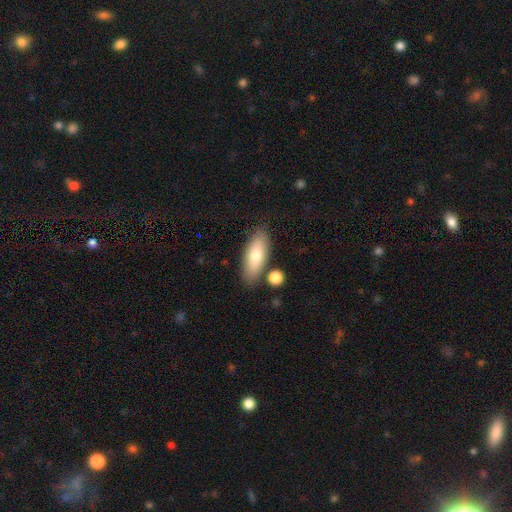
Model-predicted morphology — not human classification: smooth_or_featured: smooth (p=0.74) [alt: featured or disk p=0.20]
how_rounded: in between (p=0.73) [alt: cigar-shaped p=0.24]
merging: none (p=0.79) [alt: minor disturbance p=0.12]